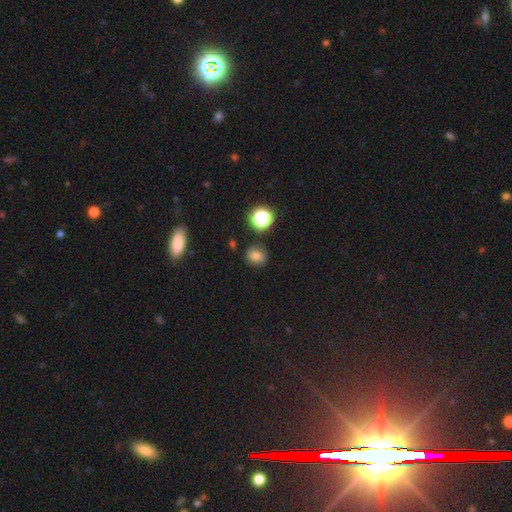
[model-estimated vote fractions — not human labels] Morphology: type=smooth (78%); roundness=round (69%); merging=none (81%).